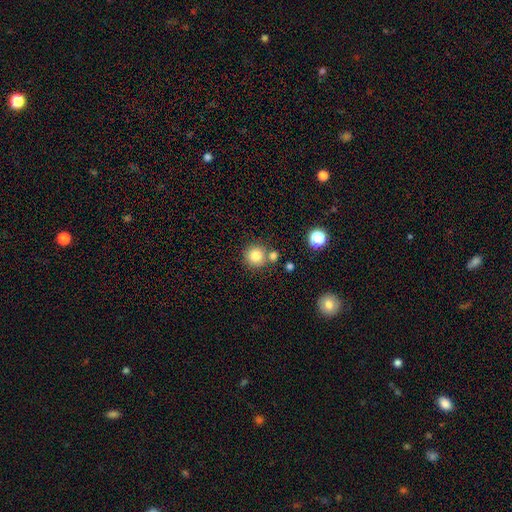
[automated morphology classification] smooth 82%, star or artifact 11%, featured or disk 7%. Down the decision tree: how rounded — round (93%); merging — none (71%).